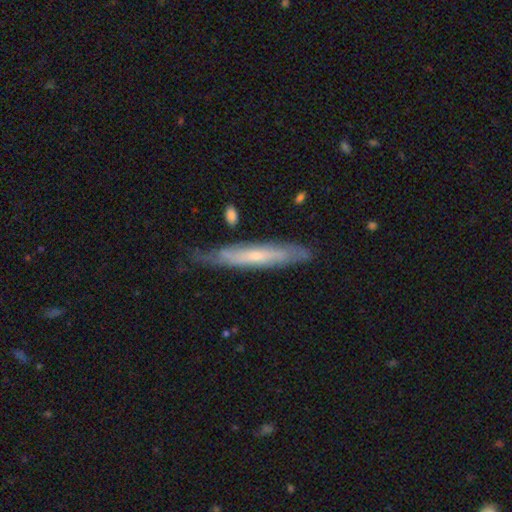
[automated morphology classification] Q: Smooth or featured?
A: featured or disk (60%); runner-up: smooth (34%)
Q: Edge-on disk?
A: yes (63%); runner-up: no (37%)
Q: Merging?
A: none (67%); runner-up: minor disturbance (24%)